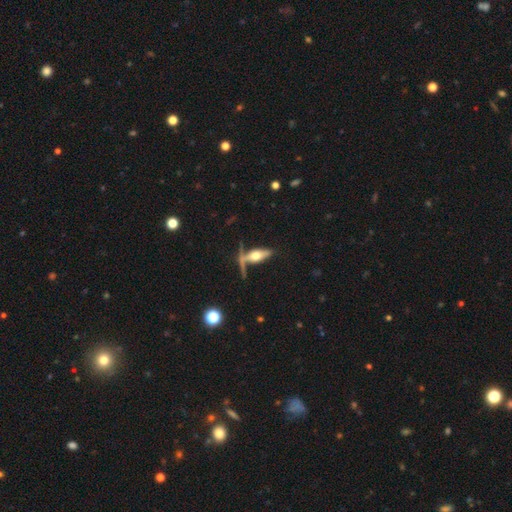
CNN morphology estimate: smooth-or-featured: featured or disk: 50% | smooth: 41% | star or artifact: 8%
  disk-edge-on: yes: 79% | no: 21%
  merging: none: 49% | merger: 21% | minor disturbance: 17% | major disturbance: 13%